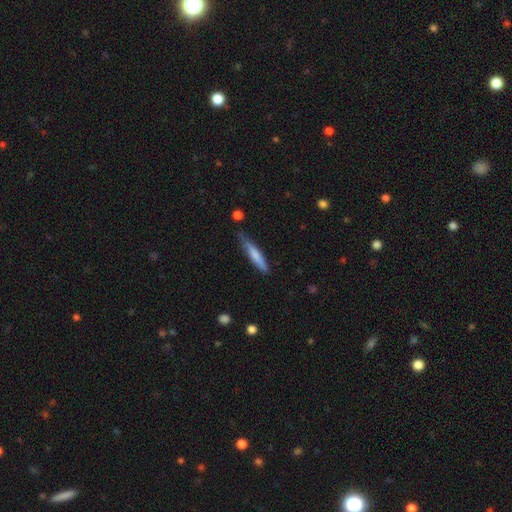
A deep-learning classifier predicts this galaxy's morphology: type=smooth (72%); roundness=cigar-shaped (89%); merging=none (67%).